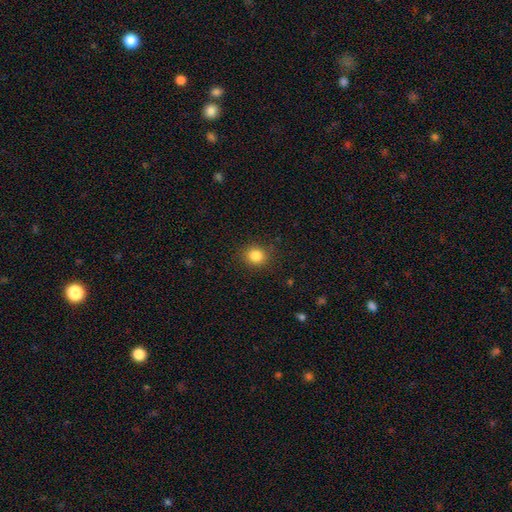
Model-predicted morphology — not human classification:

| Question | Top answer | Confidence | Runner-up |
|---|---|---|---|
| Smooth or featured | smooth | 84% | star or artifact (11%) |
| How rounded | round | 80% | in between (19%) |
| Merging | none | 88% | minor disturbance (8%) |